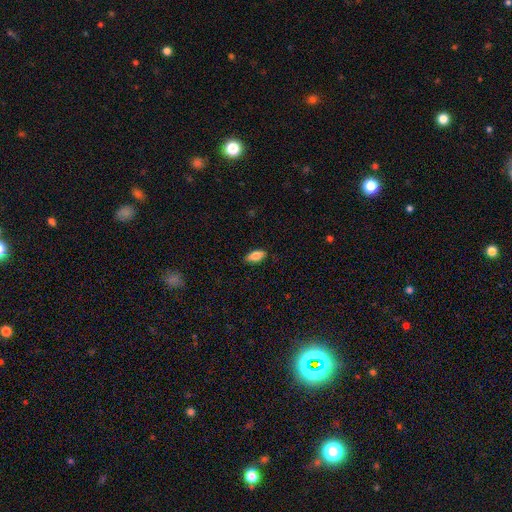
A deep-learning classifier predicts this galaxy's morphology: smooth-or-featured: smooth: 85% | featured or disk: 8% | star or artifact: 7%
  how-rounded: in between: 88% | cigar-shaped: 9% | round: 3%
  merging: none: 85% | minor disturbance: 12% | major disturbance: 2% | merger: 1%